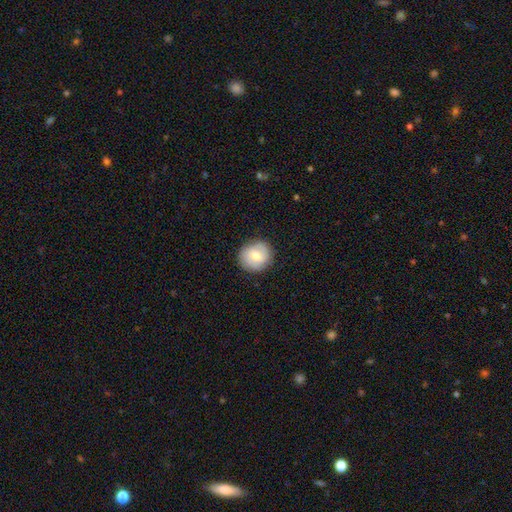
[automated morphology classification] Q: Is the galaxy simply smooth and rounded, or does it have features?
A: smooth — 58%.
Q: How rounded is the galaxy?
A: round — 86%.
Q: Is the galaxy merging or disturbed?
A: none — 85%.